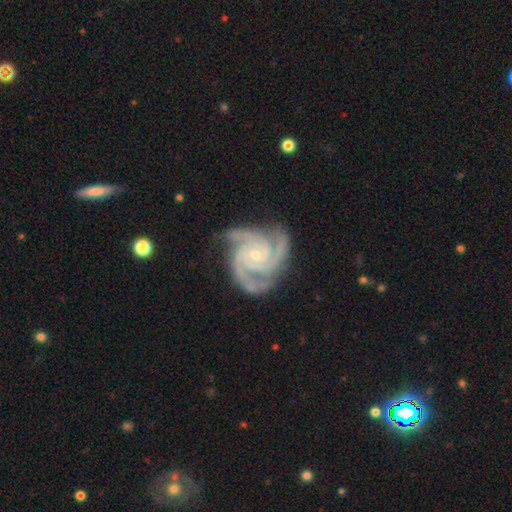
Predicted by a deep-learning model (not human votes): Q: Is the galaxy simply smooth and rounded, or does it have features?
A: featured or disk — 94%.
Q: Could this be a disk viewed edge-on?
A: no — 98%.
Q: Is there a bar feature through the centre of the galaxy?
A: no — 68%.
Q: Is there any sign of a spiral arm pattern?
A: yes — 99%.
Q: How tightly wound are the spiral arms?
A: tight — 67%.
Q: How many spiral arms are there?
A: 3 — 69%.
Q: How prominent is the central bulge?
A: small — 74%.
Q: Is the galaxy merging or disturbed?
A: none — 74%.